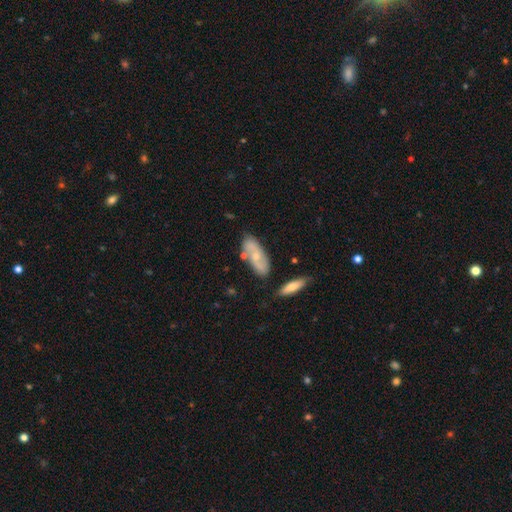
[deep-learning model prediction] The model was most divided on "smooth or featured": featured or disk: 49%, smooth: 44%, star or artifact: 7%. More confident: merging — none (70%).